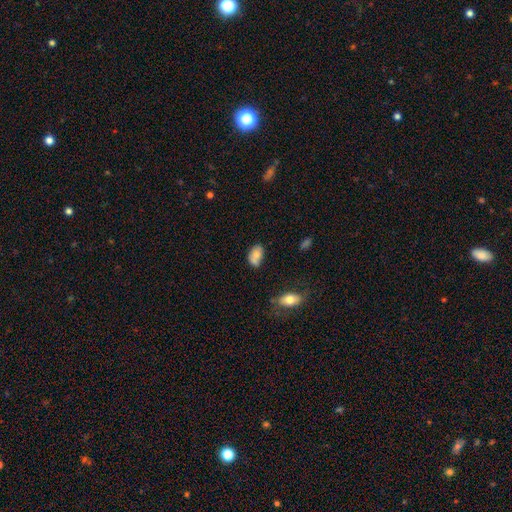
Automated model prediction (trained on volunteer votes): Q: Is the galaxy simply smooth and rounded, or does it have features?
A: smooth — 74%.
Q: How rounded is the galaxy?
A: in between — 89%.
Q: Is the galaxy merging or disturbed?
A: none — 53%.